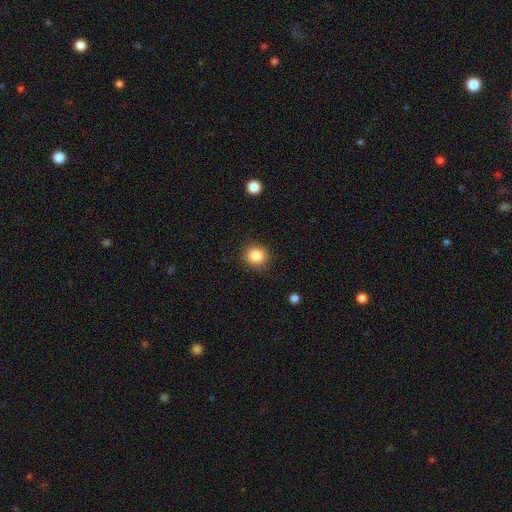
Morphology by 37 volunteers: This is clearly a smooth galaxy (92%). How rounded: clearly round (88%). Merging: clearly none (94%).